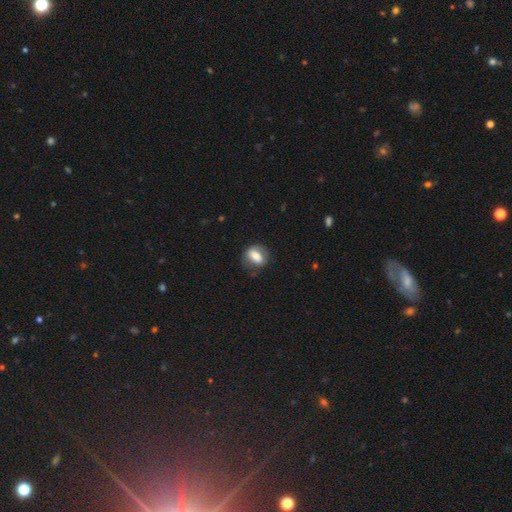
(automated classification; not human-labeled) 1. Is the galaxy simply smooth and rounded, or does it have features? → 66% smooth, 26% featured or disk, 8% star or artifact.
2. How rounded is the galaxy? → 65% in between, 31% round, 4% cigar-shaped.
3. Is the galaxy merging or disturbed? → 72% none, 19% minor disturbance, 8% major disturbance, 1% merger.